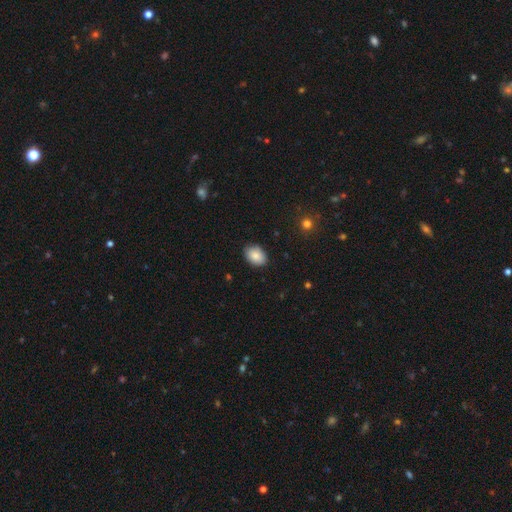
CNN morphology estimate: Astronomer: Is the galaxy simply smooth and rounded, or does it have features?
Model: smooth — 87%.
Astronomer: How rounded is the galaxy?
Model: in between — 82%.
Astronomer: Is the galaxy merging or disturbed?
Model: none — 86%.